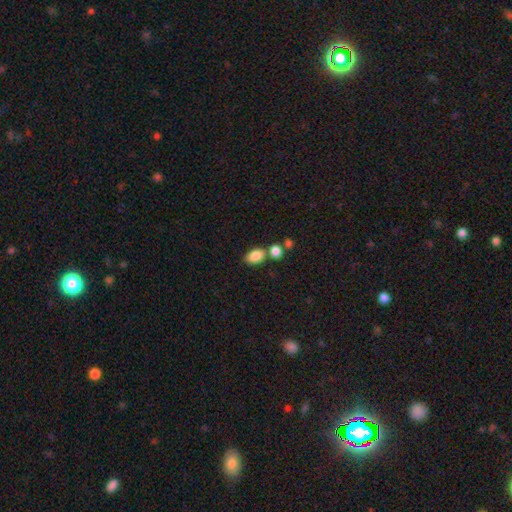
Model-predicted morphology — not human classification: A smooth galaxy with no disk features (85%) that is in between round and cigar-shaped (86%).

Vote fractions:
- Smooth or featured? smooth: 85% / star or artifact: 8% / featured or disk: 7%
- How rounded? in between: 86% / round: 12% / cigar-shaped: 2%
- Merging? none: 57% / merger: 28% / minor disturbance: 12% / major disturbance: 4%